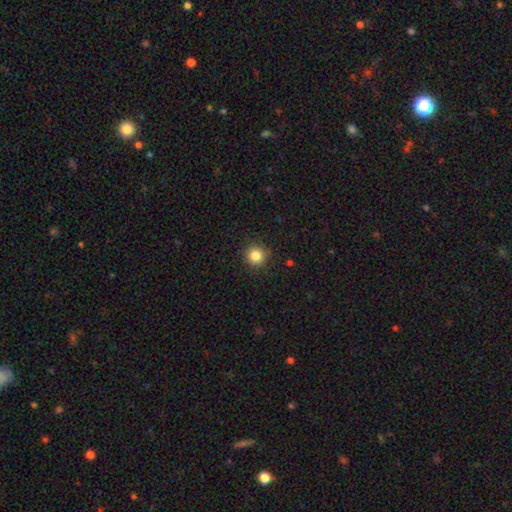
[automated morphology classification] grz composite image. It shows a smooth galaxy with no disk features (84%) that is round (95%). Merging: none (90%).